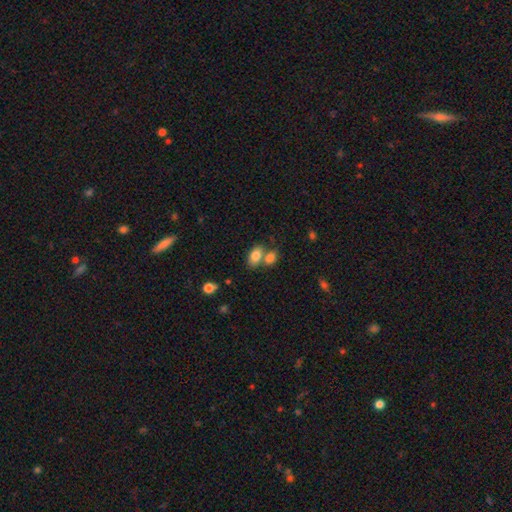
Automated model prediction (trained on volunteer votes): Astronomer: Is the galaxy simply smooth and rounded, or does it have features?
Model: smooth — 81%.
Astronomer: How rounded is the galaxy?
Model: in between — 89%.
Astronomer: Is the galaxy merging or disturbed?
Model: none — 45% (runner-up: merger, 41%).